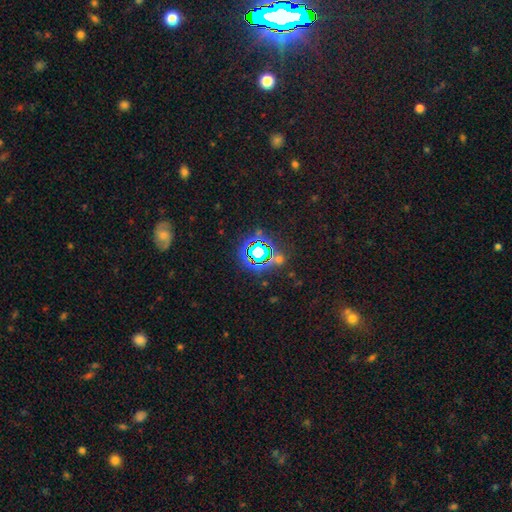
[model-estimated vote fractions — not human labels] A star or artifact, not a galaxy (72%).

Vote fractions:
- Smooth or featured? star or artifact: 72% / smooth: 17% / featured or disk: 11%